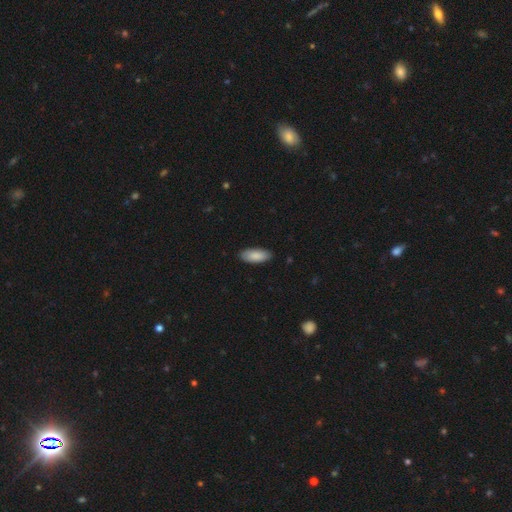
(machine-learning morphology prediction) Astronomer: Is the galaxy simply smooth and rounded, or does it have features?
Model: smooth — 89%.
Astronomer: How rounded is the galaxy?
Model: in between — 84%.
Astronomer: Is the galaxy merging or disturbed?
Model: none — 87%.